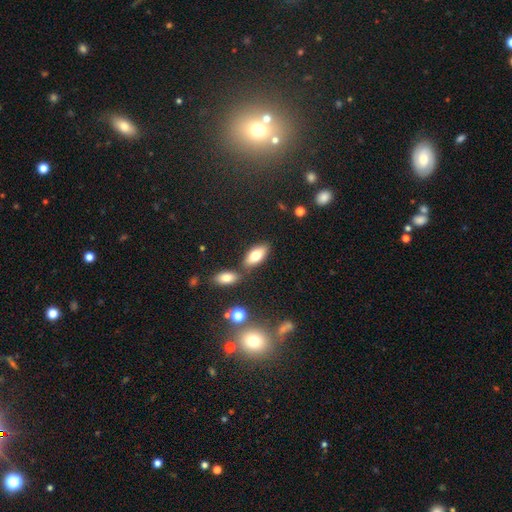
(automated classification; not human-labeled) Morphology: type=smooth (74%); roundness=in between (86%); merging=none (72%).